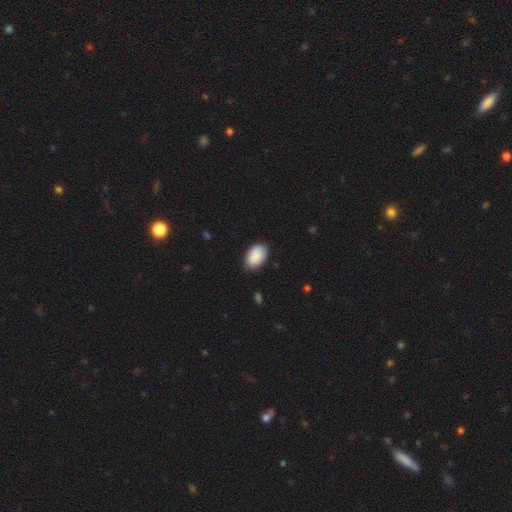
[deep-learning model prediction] smooth_or_featured: smooth (p=0.90) [alt: star or artifact p=0.06]
how_rounded: in between (p=0.92) [alt: round p=0.07]
merging: none (p=0.83) [alt: minor disturbance p=0.14]